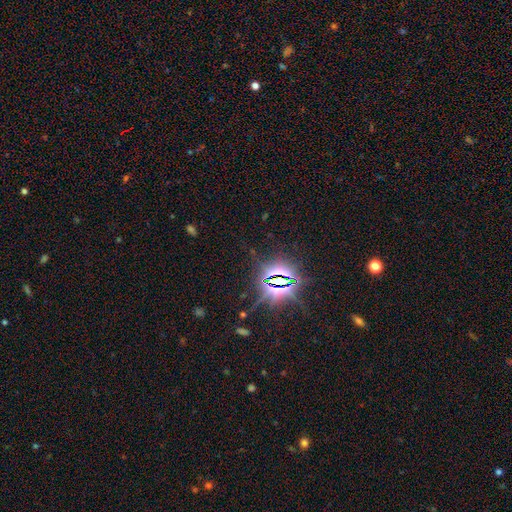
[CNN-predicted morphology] Smooth or featured?
  - star or artifact: 85% *
  - smooth: 8%
  - featured or disk: 7%